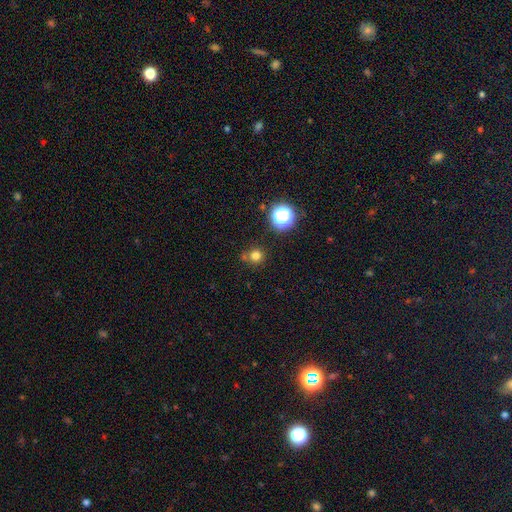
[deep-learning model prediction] smooth 75%, star or artifact 19%, featured or disk 6%. Down the decision tree: how rounded — round (91%); merging — none (71%).